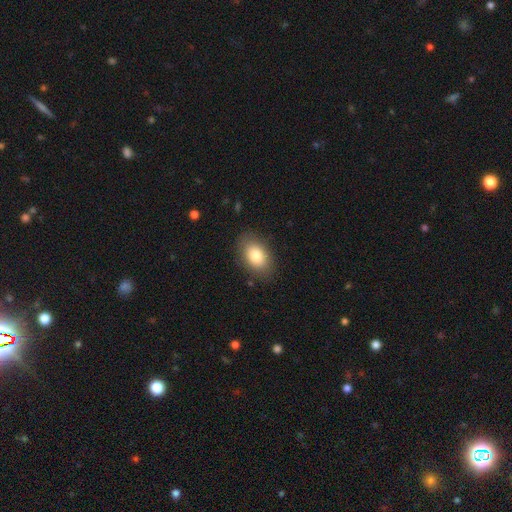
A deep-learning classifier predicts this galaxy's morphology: type=smooth (81%); roundness=in between (87%); merging=none (85%).